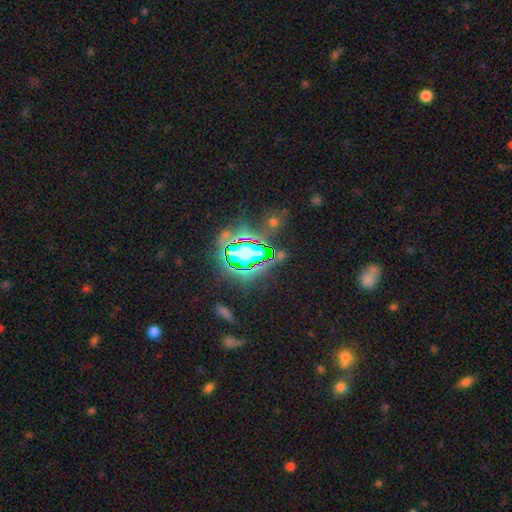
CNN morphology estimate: star or artifact 77%, smooth 13%, featured or disk 10%.